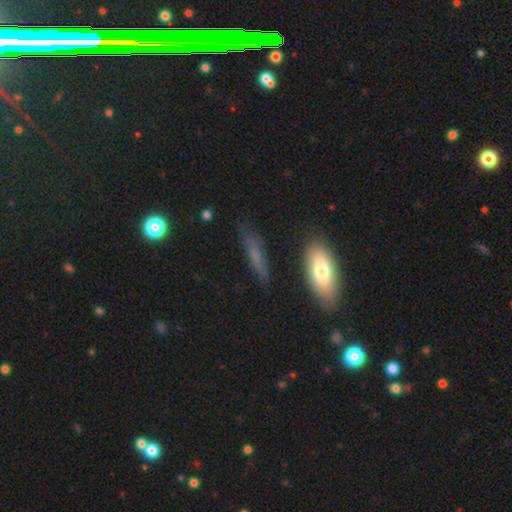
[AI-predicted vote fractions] smooth-or-featured: smooth: 62% | featured or disk: 25% | star or artifact: 13%
  how-rounded: cigar-shaped: 73% | in between: 23% | round: 5%
  merging: none: 80% | minor disturbance: 14% | major disturbance: 4% | merger: 2%